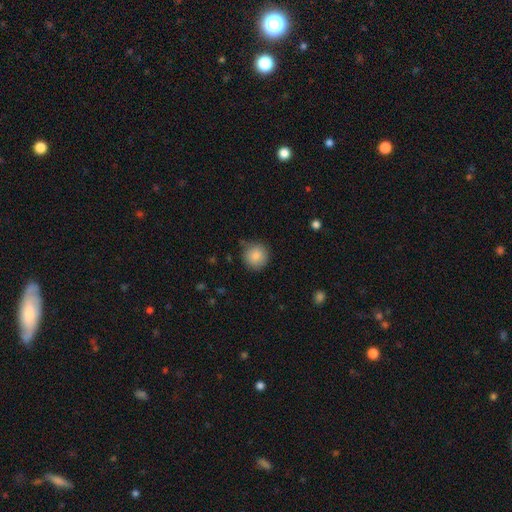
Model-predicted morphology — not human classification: Smooth or featured?
  - smooth: 86% *
  - star or artifact: 9%
  - featured or disk: 5%
How rounded?
  - round: 93% *
  - in between: 6%
  - cigar-shaped: 1%
Merging?
  - none: 82% *
  - minor disturbance: 13%
  - major disturbance: 3%
  - merger: 2%